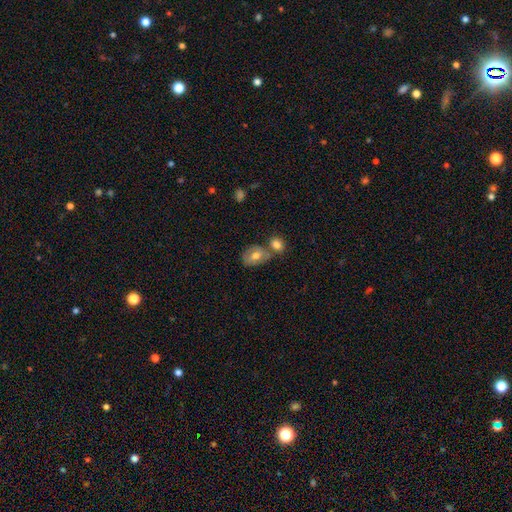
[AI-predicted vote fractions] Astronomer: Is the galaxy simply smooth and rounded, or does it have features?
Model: smooth — 66%.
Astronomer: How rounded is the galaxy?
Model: in between — 77%.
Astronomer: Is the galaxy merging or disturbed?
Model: none — 46% (runner-up: merger, 35%).